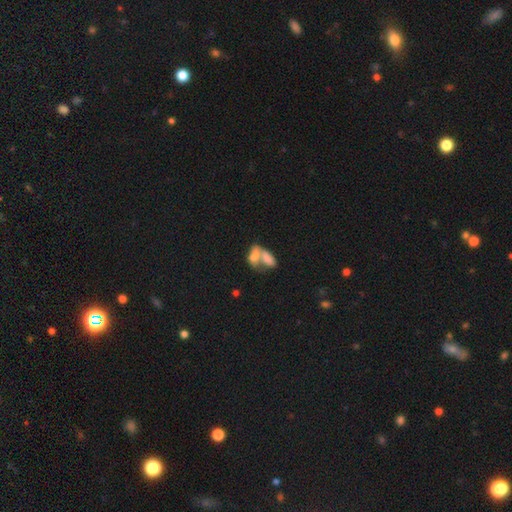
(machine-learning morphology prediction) Overall: smooth (71%). How rounded: in between (88%). Merging: merger (70%).